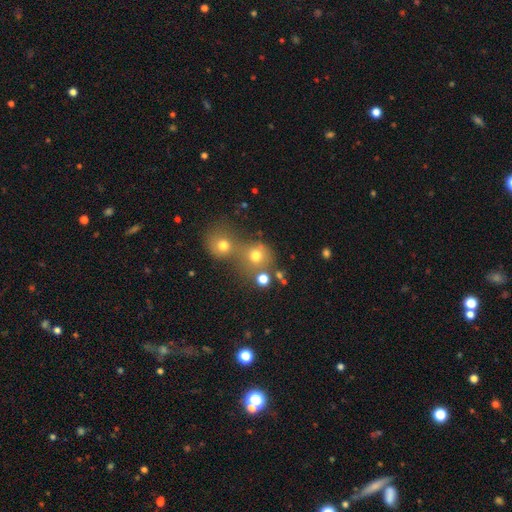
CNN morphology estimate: smooth 72%, star or artifact 16%, featured or disk 12%. Down the decision tree: how rounded — round (84%); merging — merger (47%).